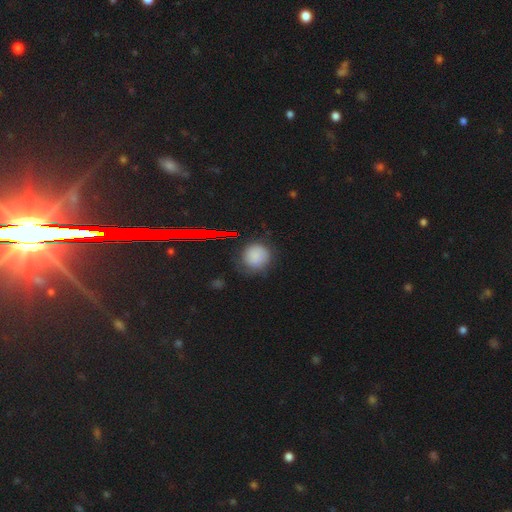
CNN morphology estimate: A smooth galaxy with no disk features (71%) that is round (85%).

Vote fractions:
- Smooth or featured? smooth: 71% / featured or disk: 15% / star or artifact: 14%
- How rounded? round: 85% / in between: 14% / cigar-shaped: 1%
- Merging? none: 68% / minor disturbance: 21% / major disturbance: 8% / merger: 2%